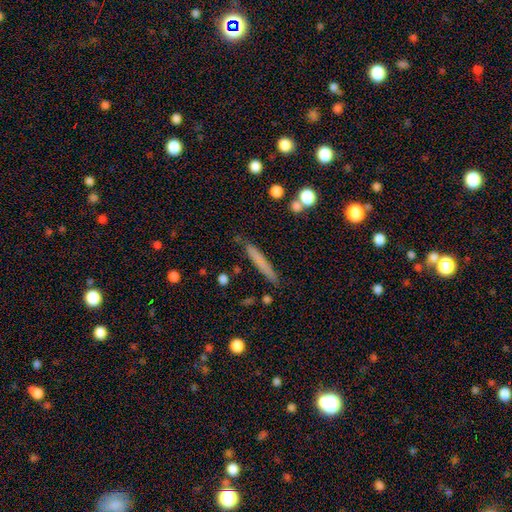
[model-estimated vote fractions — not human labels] smooth_or_featured: smooth (p=0.66) [alt: featured or disk p=0.26]
how_rounded: cigar-shaped (p=0.94) [alt: in between p=0.04]
merging: none (p=0.84) [alt: minor disturbance p=0.11]